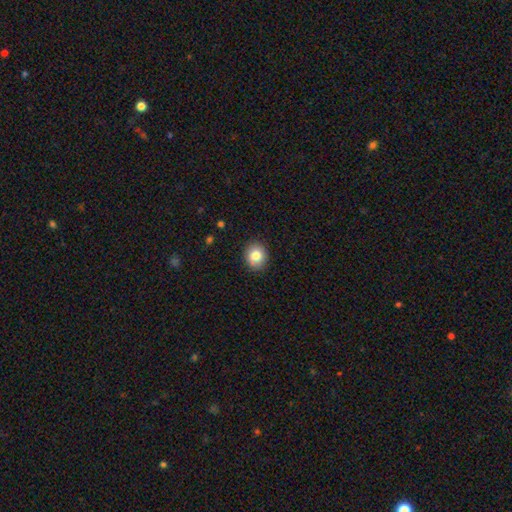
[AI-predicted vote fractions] Smooth or featured?
  - smooth: 82% *
  - star or artifact: 9%
  - featured or disk: 9%
How rounded?
  - round: 71% *
  - in between: 28%
  - cigar-shaped: 1%
Merging?
  - none: 88% *
  - minor disturbance: 9%
  - major disturbance: 2%
  - merger: 1%